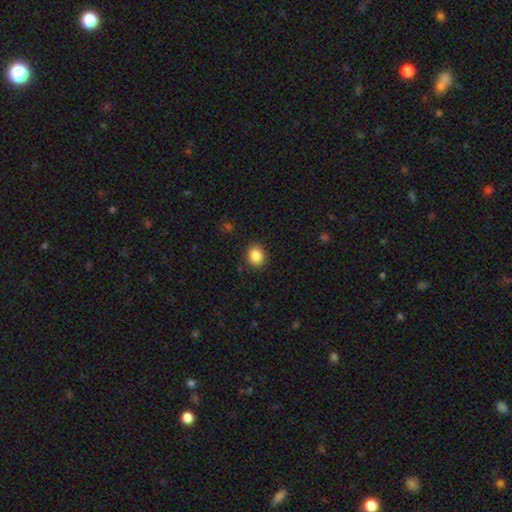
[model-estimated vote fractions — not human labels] Overall: smooth (87%). How rounded: round (69%; in between 31%). Merging: none (89%).